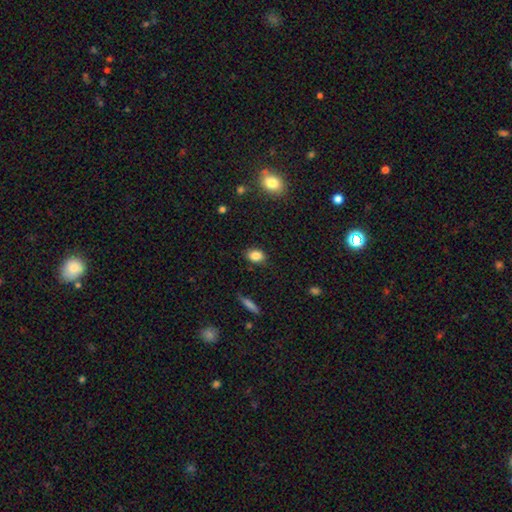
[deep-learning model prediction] Overall: smooth (85%). How rounded: in between (73%). Merging: none (85%).